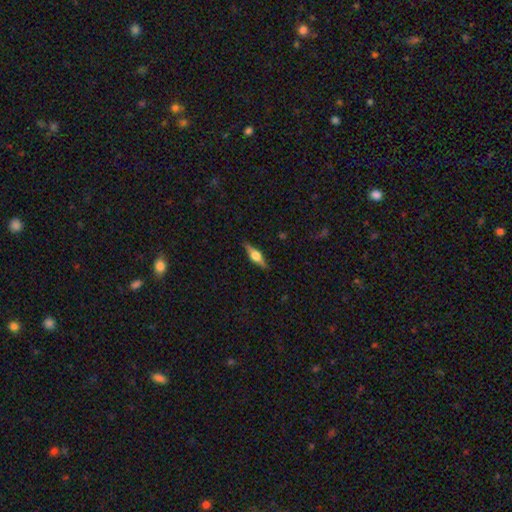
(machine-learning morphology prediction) Smooth or featured? Predicted: featured or disk (p=0.75). Edge-on disk? Predicted: yes (p=0.97). Edge-on bulge? Predicted: rounded (p=0.93). Merging? Predicted: none (p=0.90).